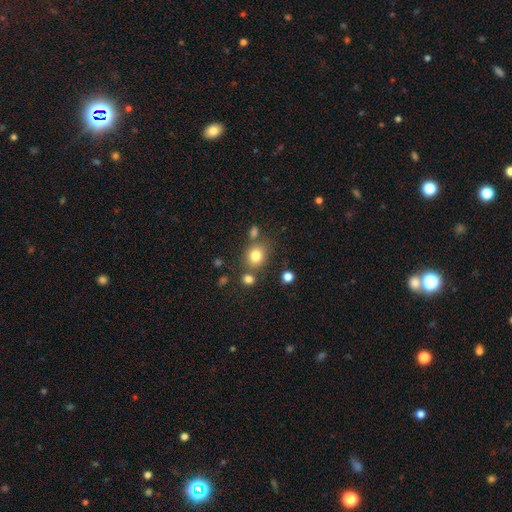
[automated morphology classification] smooth_or_featured: smooth (p=0.80) [alt: star or artifact p=0.13]
how_rounded: round (p=0.75) [alt: in between p=0.25]
merging: none (p=0.70) [alt: merger p=0.13]